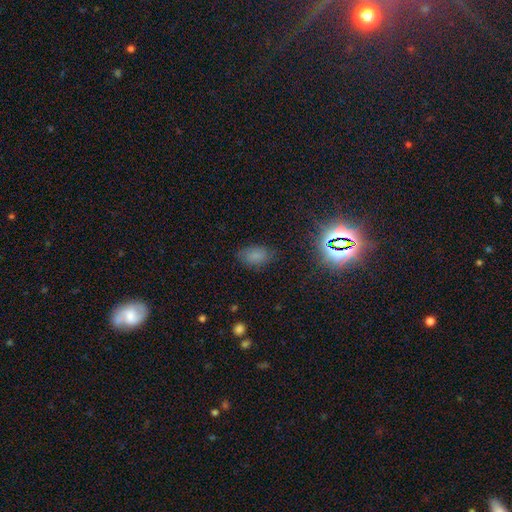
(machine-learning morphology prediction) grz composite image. It shows a smooth galaxy with no disk features (70%) that is in between round and cigar-shaped (86%). Merging: none (75%).